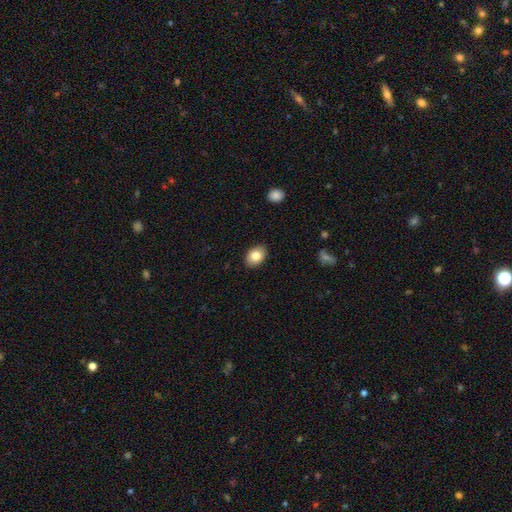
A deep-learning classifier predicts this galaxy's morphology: smooth 82%, featured or disk 10%, star or artifact 8%. Down the decision tree: how rounded — in between (76%); merging — none (89%).